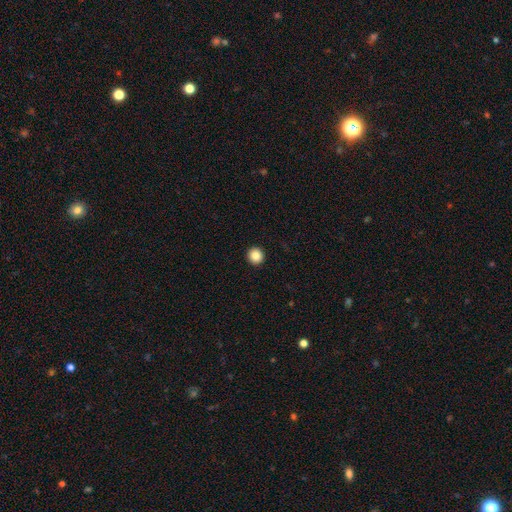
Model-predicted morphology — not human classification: Smooth or featured: smooth — 86% (star or artifact — 9%)
How rounded: round — 95% (in between — 4%)
Merging: none — 94% (minor disturbance — 3%)